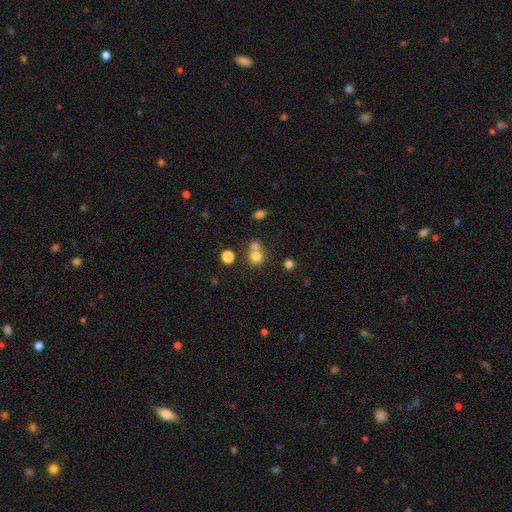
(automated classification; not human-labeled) A smooth galaxy with no disk features (76%) that is round (78%). Merging: none (45%).